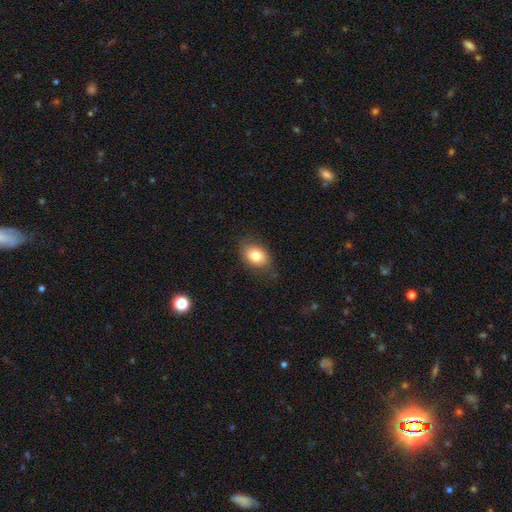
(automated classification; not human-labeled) Smooth or featured? smooth (80%)
How rounded? in between (78%)
Merging? none (74%)